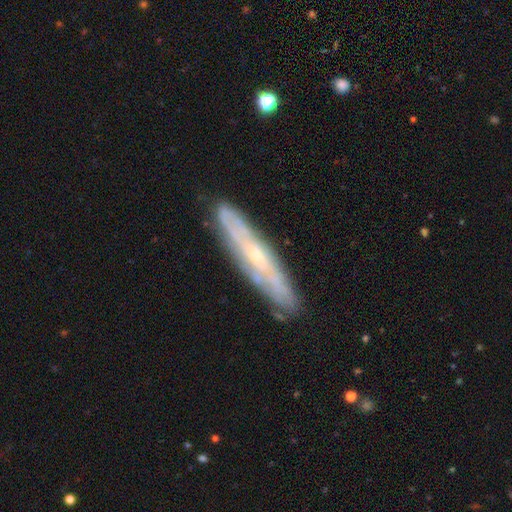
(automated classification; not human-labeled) Overall: featured or disk (73%). Edge-on disk: yes (56%; no 44%). Merging: none (84%).